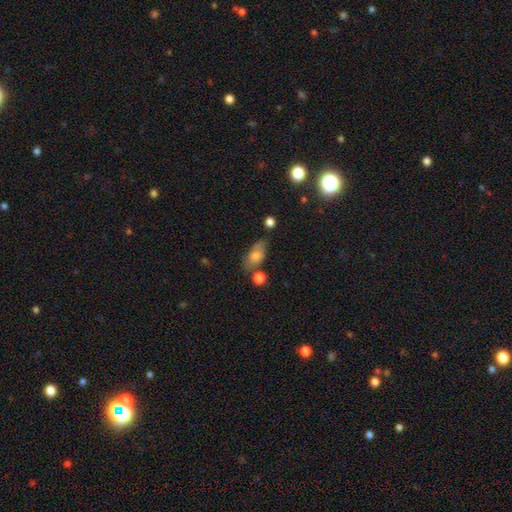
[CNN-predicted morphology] This is likely a smooth galaxy (72%). How rounded: clearly in between (85%). Merging: possibly none (54%).